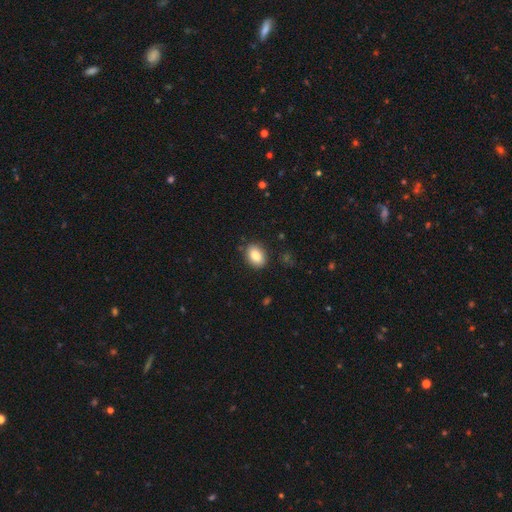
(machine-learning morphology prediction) A smooth galaxy with no disk features (87%) that is in between round and cigar-shaped (78%).

Vote fractions:
- Smooth or featured? smooth: 87% / star or artifact: 8% / featured or disk: 5%
- How rounded? in between: 78% / round: 21% / cigar-shaped: 1%
- Merging? none: 86% / minor disturbance: 10% / major disturbance: 3% / merger: 1%